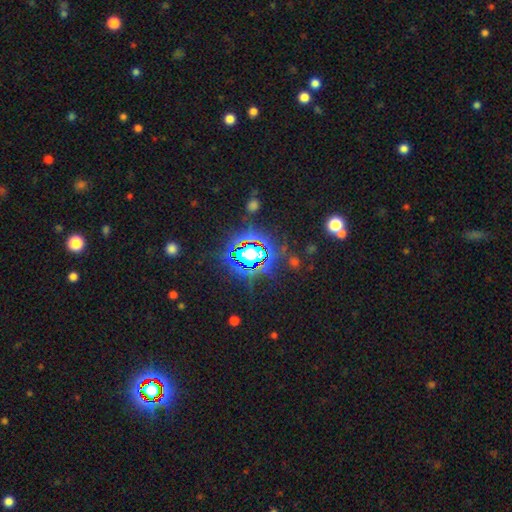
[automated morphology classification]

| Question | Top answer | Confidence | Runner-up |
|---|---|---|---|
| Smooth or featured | star or artifact | 83% | smooth (10%) |